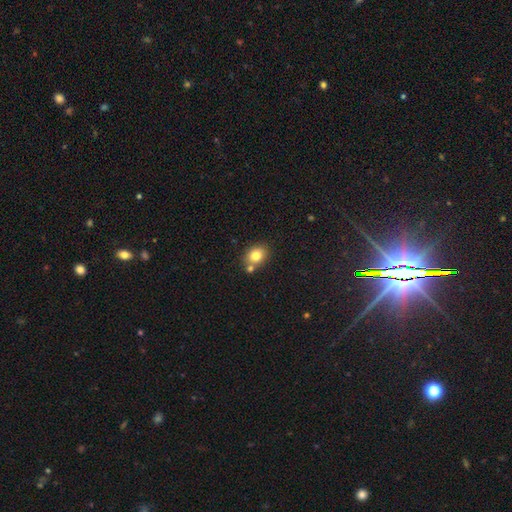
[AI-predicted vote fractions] Smooth or featured? smooth (80%)
How rounded? round (51%)
Merging? none (68%)